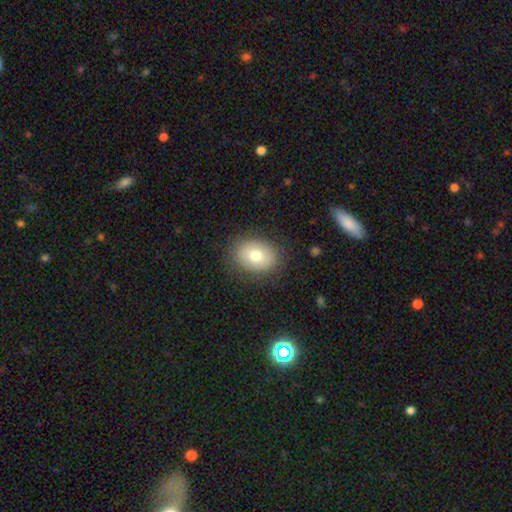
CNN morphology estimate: smooth 74%, featured or disk 17%, star or artifact 9%. Down the decision tree: how rounded — in between (65%); merging — none (84%).